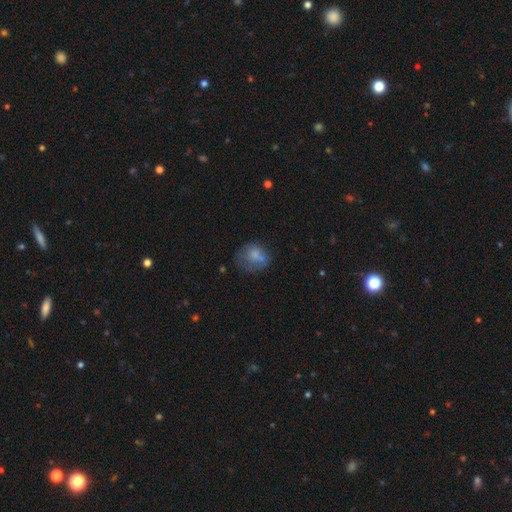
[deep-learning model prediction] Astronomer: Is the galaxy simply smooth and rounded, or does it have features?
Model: smooth — 66%.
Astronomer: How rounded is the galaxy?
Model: round — 64%.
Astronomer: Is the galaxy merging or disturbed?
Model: none — 44% (runner-up: minor disturbance, 26%).